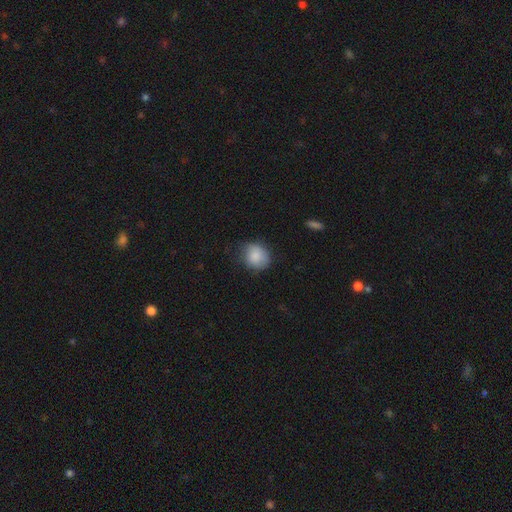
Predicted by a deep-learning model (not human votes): This is clearly a smooth galaxy (85%). How rounded: likely round (72%). Merging: likely none (66%).